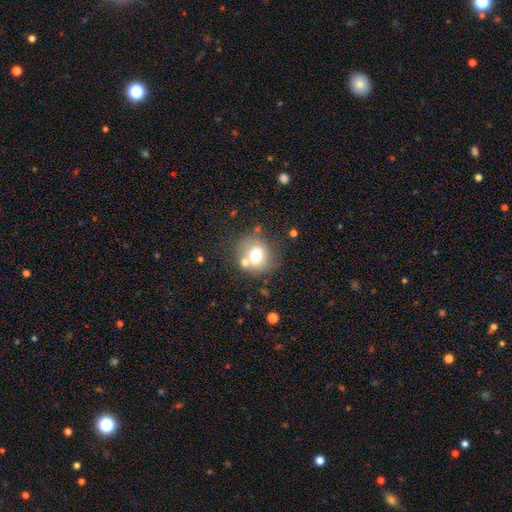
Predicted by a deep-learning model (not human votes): Morphology: type=smooth (71%); roundness=round (73%); merging=none (61%).